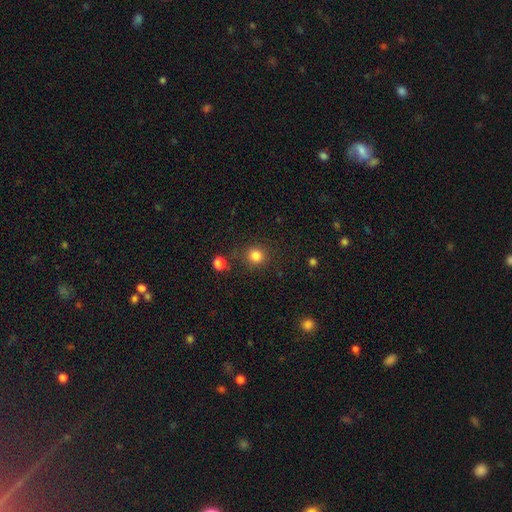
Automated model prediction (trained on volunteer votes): Smooth or featured?
  - smooth: 82% *
  - star or artifact: 13%
  - featured or disk: 5%
How rounded?
  - round: 90% *
  - in between: 9%
  - cigar-shaped: 1%
Merging?
  - none: 85% *
  - minor disturbance: 8%
  - merger: 4%
  - major disturbance: 3%